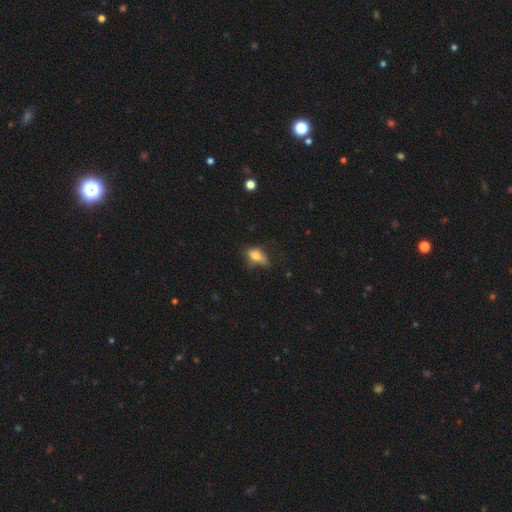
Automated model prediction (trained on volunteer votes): A smooth galaxy with no disk features (72%) that is in between round and cigar-shaped (83%).

Vote fractions:
- Smooth or featured? smooth: 72% / featured or disk: 18% / star or artifact: 11%
- How rounded? in between: 83% / round: 10% / cigar-shaped: 8%
- Merging? none: 39% / minor disturbance: 35% / major disturbance: 23% / merger: 3%